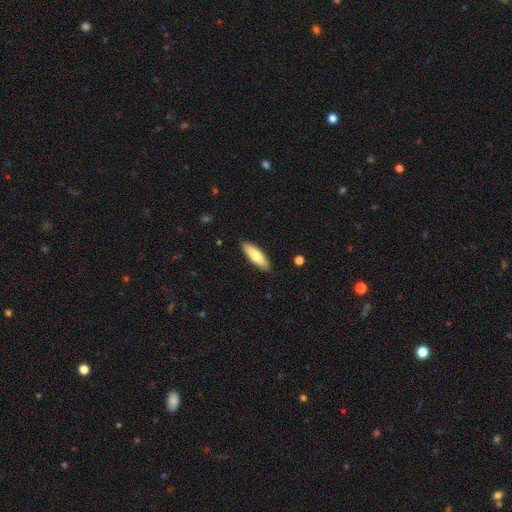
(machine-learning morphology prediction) Q: Smooth or featured?
A: smooth (78%); runner-up: featured or disk (17%)
Q: How rounded?
A: cigar-shaped (54%); runner-up: in between (45%)
Q: Merging?
A: none (88%); runner-up: minor disturbance (9%)